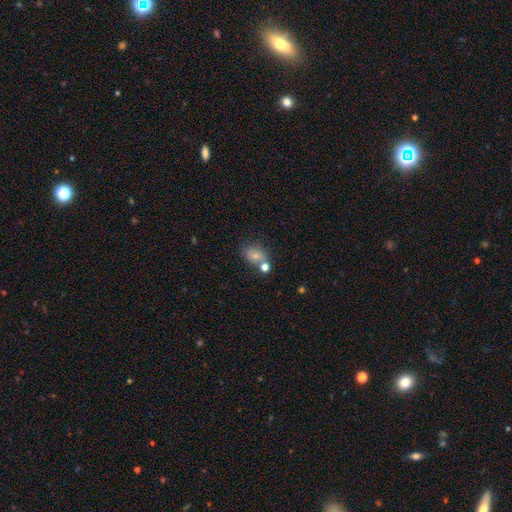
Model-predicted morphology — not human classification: Smooth or featured: smooth — 73% (featured or disk — 15%)
How rounded: in between — 65% (round — 33%)
Merging: none — 51% (merger — 28%)